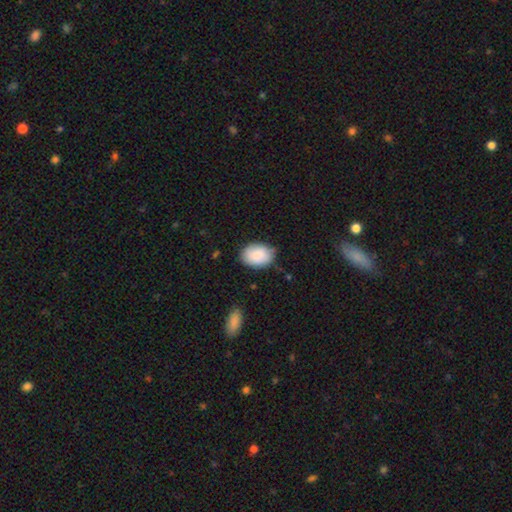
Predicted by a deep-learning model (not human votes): smooth_or_featured: smooth (p=0.87) [alt: featured or disk p=0.07]
how_rounded: in between (p=0.78) [alt: round p=0.21]
merging: none (p=0.77) [alt: minor disturbance p=0.17]